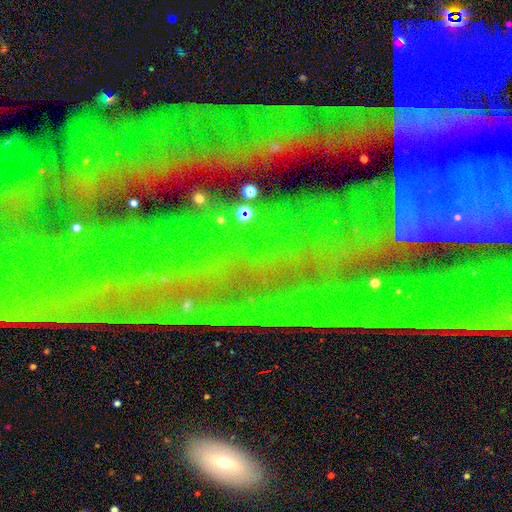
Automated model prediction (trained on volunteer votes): Morphology: type=star or artifact (79%).